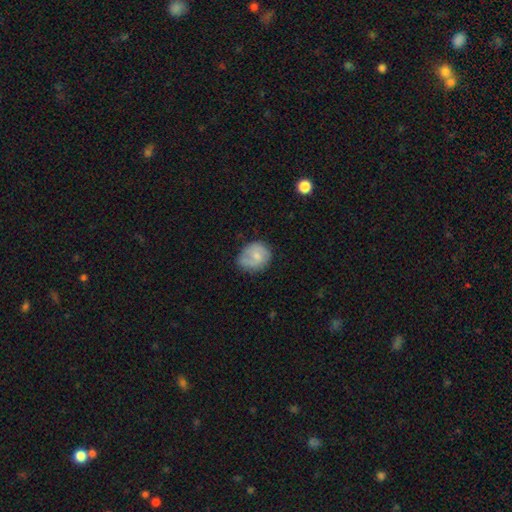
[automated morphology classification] type=featured or disk (53%); edge-on=no (98%); bar=no (54%); spiral arms=yes (87%); bulge=small (59%); merging=none (66%).